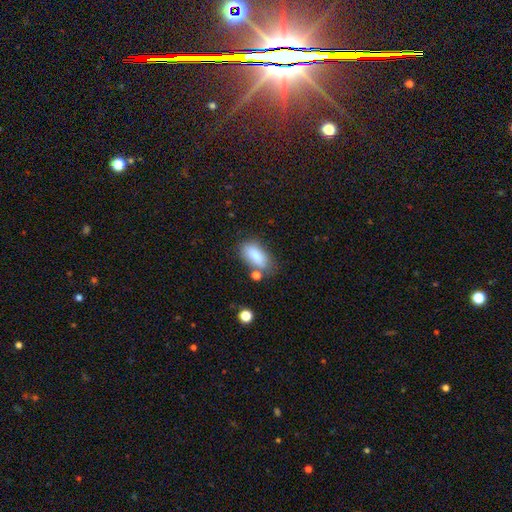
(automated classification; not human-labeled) Smooth or featured: smooth — 84% (featured or disk — 9%)
How rounded: in between — 89% (cigar-shaped — 8%)
Merging: none — 65% (minor disturbance — 19%)